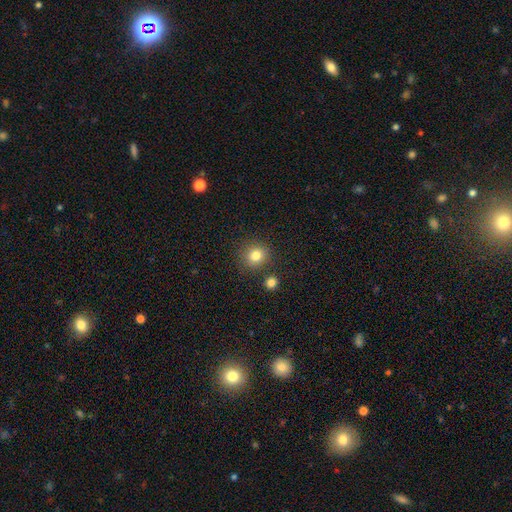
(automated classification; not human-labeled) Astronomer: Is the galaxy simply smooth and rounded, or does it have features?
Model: smooth — 82%.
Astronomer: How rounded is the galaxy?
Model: round — 88%.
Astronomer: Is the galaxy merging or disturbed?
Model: none — 83%.